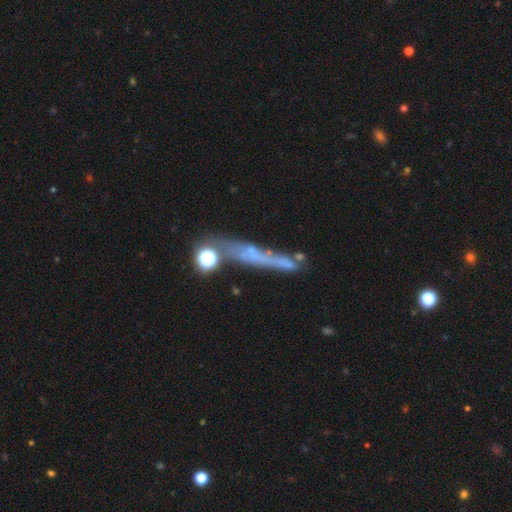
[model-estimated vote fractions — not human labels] Smooth or featured? featured or disk (52%)
Edge-on disk? yes (76%)
Merging? none (57%)